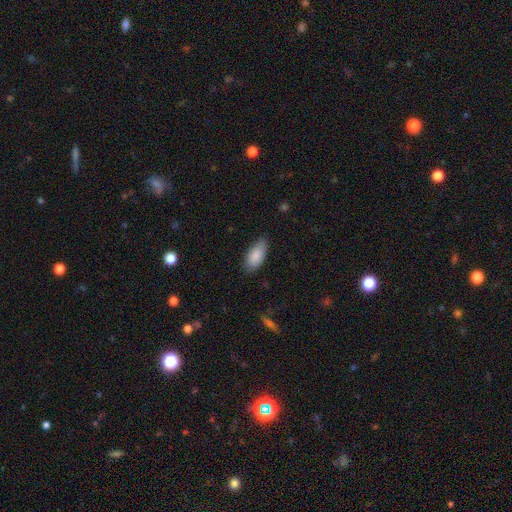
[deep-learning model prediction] smooth-or-featured: smooth: 88% | featured or disk: 6% | star or artifact: 6%
  how-rounded: in between: 91% | cigar-shaped: 8% | round: 2%
  merging: none: 79% | minor disturbance: 17% | major disturbance: 3% | merger: 1%